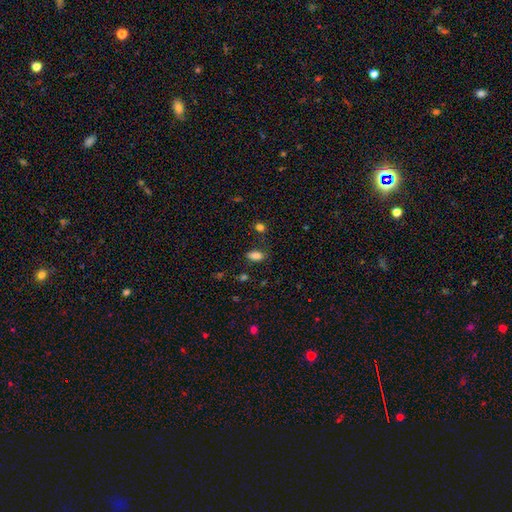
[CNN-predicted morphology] smooth-or-featured: smooth: 83% | star or artifact: 12% | featured or disk: 5%
  how-rounded: in between: 87% | cigar-shaped: 7% | round: 6%
  merging: none: 74% | minor disturbance: 18% | major disturbance: 5% | merger: 3%